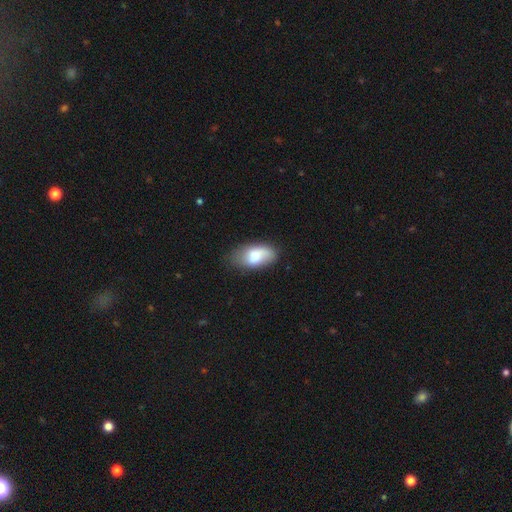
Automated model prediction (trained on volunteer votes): Smooth or featured?
  - smooth: 72% *
  - featured or disk: 20%
  - star or artifact: 7%
How rounded?
  - in between: 93% *
  - round: 4%
  - cigar-shaped: 3%
Merging?
  - none: 61% *
  - minor disturbance: 28%
  - major disturbance: 9%
  - merger: 2%